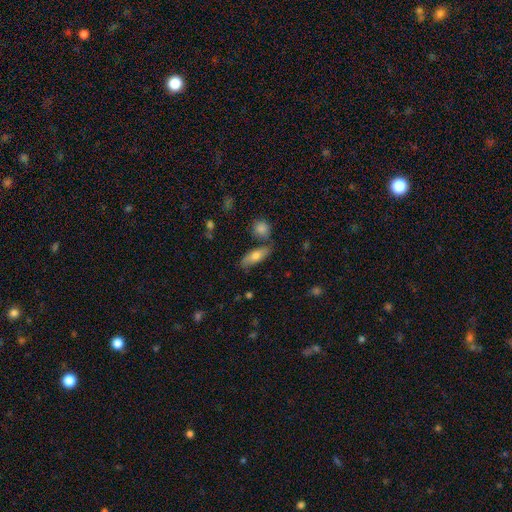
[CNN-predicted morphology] This is likely a smooth galaxy (70%). How rounded: likely in between (66%). Merging: likely none (70%).